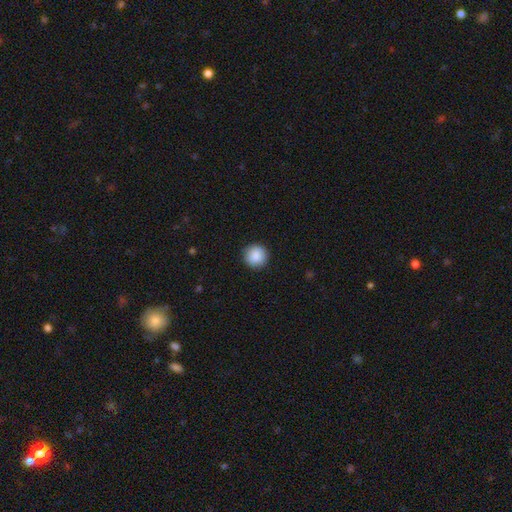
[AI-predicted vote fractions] This appears to be a smooth galaxy with no disk features (89%) that is round (95%). Merging: none (90%).